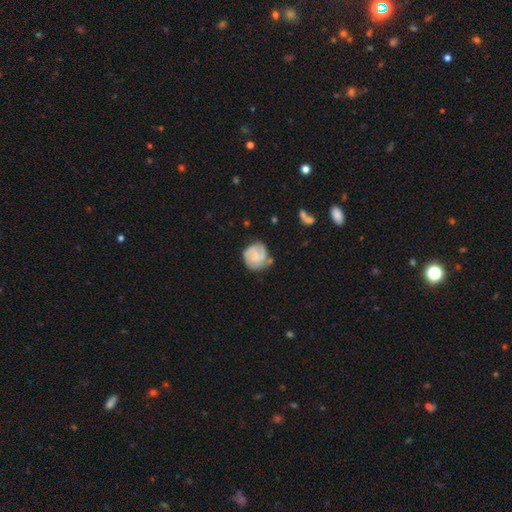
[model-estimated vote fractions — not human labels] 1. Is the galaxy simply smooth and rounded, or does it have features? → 60% featured or disk, 34% smooth, 6% star or artifact.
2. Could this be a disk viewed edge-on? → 98% no, 2% yes.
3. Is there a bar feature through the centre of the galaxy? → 63% no, 32% weak, 5% strong.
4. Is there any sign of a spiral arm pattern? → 89% yes, 11% no.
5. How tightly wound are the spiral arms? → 56% tight, 34% medium, 10% loose.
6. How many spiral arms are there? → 42% 2, 25% 3, 22% can't tell, 5% 1, 4% 4, 3% more than 4.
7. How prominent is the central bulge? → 46% small, 27% none, 23% moderate, 3% large, 1% dominant.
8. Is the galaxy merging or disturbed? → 63% none, 24% minor disturbance, 8% major disturbance, 5% merger.